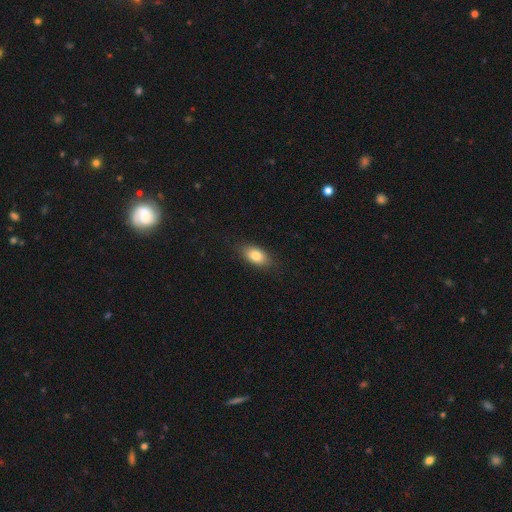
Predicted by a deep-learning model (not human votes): smooth 82%, featured or disk 10%, star or artifact 8%. Down the decision tree: how rounded — in between (89%); merging — none (85%).